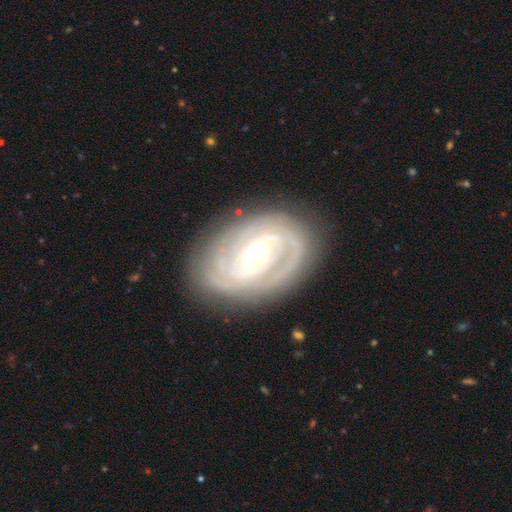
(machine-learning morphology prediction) Q: Smooth or featured?
A: featured or disk (87%); runner-up: smooth (8%)
Q: Edge-on disk?
A: no (96%); runner-up: yes (4%)
Q: Bar?
A: weak (45%); runner-up: strong (35%)
Q: Spiral arms?
A: yes (95%); runner-up: no (5%)
Q: Spiral winding?
A: tight (67%); runner-up: medium (27%)
Q: Spiral arm count?
A: 2 (38%); runner-up: can't tell (24%)
Q: Bulge size?
A: moderate (61%); runner-up: small (32%)
Q: Merging?
A: none (80%); runner-up: minor disturbance (14%)